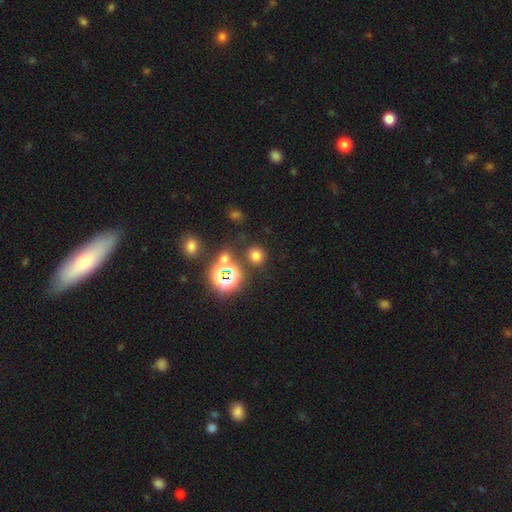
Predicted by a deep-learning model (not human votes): smooth 66%, star or artifact 27%, featured or disk 6%. Down the decision tree: how rounded — round (86%); merging — none (84%).